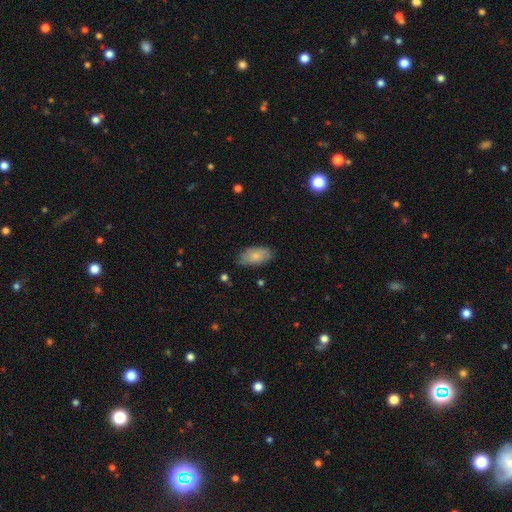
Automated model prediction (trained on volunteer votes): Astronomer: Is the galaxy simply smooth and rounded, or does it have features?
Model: smooth — 76%.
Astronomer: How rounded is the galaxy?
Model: in between — 93%.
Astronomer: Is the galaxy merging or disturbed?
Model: none — 75%.